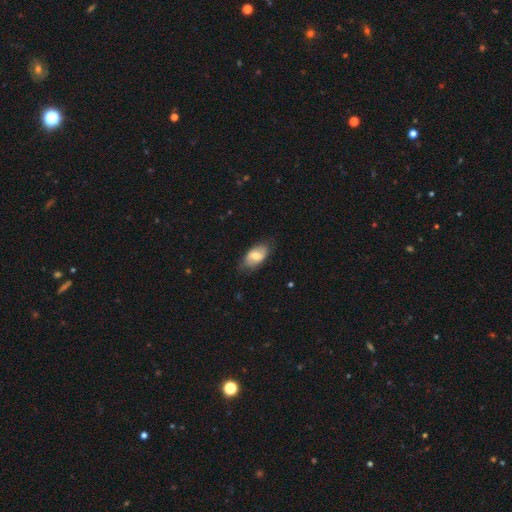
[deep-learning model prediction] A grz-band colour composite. It shows a smooth galaxy with no disk features (59%) that is in between round and cigar-shaped (92%). Merging: none (78%).